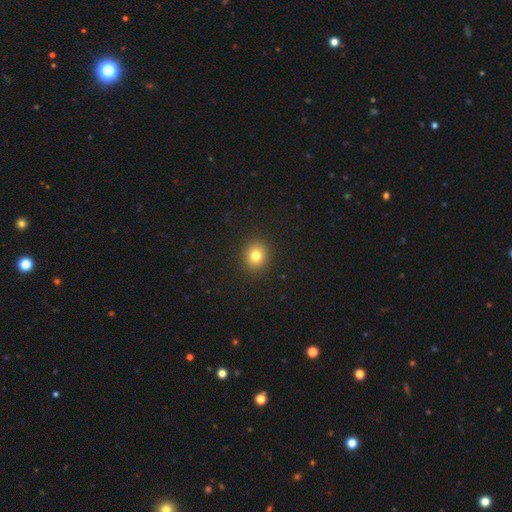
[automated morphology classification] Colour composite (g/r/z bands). It shows a smooth galaxy with no disk features (80%) that is round (83%). Merging: none (92%).